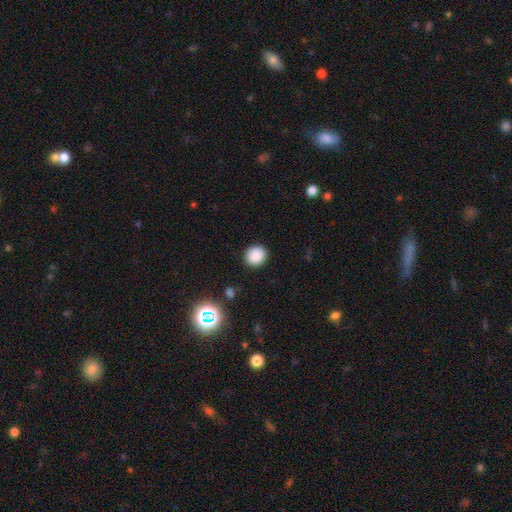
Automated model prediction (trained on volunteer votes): The model was most divided on "how rounded": round: 86%, in between: 13%, cigar-shaped: 1%. More confident: merging — none (90%); smooth or featured — smooth (86%).